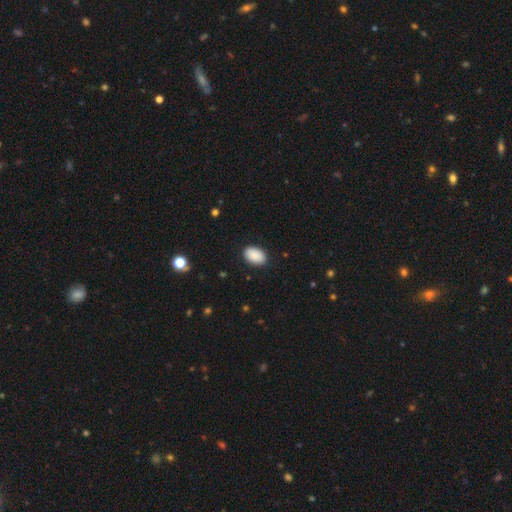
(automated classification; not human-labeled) This appears to be a smooth galaxy with no disk features (90%) that is in between round and cigar-shaped (91%). Merging: none (89%).